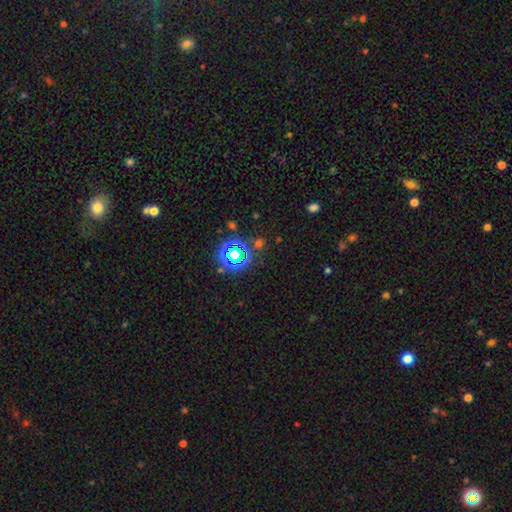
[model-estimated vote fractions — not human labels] Smooth or featured?
  - star or artifact: 72% *
  - smooth: 20%
  - featured or disk: 8%